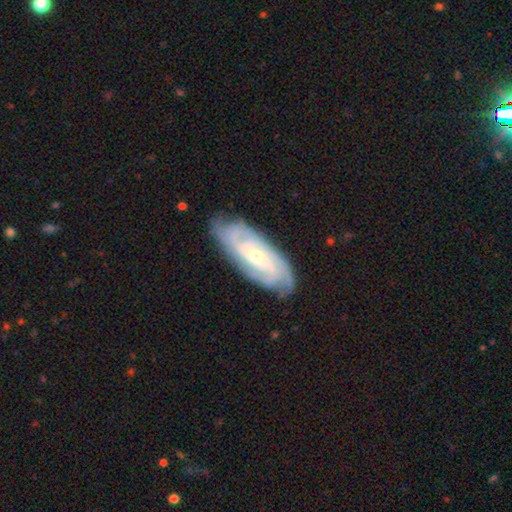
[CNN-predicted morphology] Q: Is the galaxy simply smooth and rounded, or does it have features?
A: featured or disk — 87%.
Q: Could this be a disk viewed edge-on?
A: no — 92%.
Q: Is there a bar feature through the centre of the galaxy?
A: no — 50%.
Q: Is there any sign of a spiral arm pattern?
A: yes — 97%.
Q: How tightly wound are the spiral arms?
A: tight — 71%.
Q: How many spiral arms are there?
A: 4 — 25%.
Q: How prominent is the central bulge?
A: small — 64%.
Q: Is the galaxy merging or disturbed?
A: none — 81%.